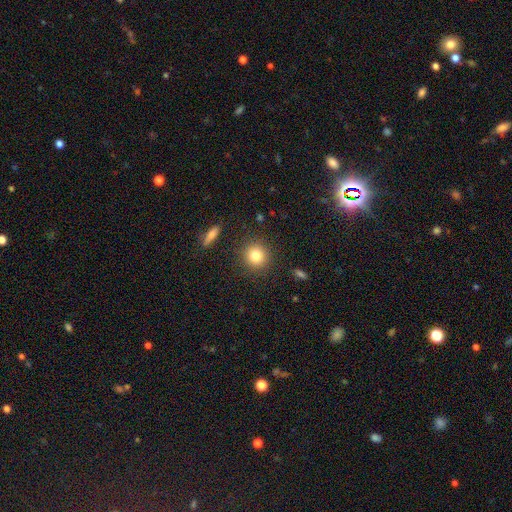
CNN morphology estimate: Q: Smooth or featured?
A: smooth (82%); runner-up: star or artifact (10%)
Q: How rounded?
A: round (91%); runner-up: in between (8%)
Q: Merging?
A: none (89%); runner-up: minor disturbance (7%)